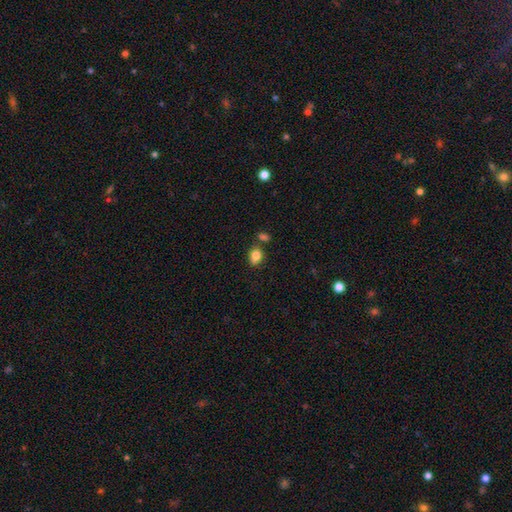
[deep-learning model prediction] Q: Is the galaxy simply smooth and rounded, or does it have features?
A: smooth — 83%.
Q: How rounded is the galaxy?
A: in between — 68%.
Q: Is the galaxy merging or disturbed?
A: none — 67%.